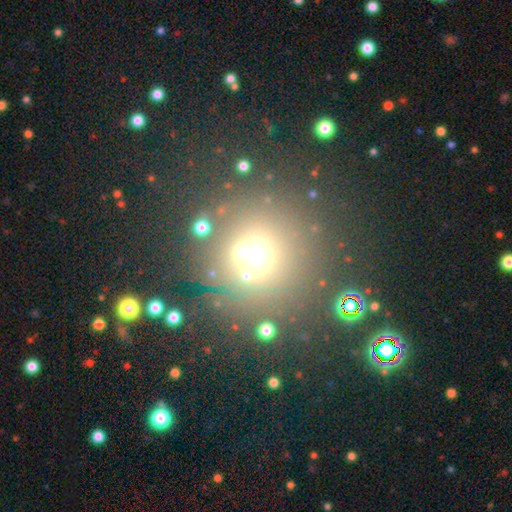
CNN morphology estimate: Smooth or featured: smooth — 48% (star or artifact — 38%)
Merging: none — 67% (merger — 17%)